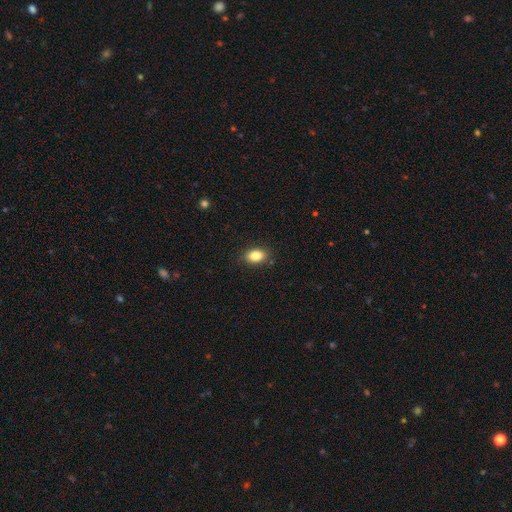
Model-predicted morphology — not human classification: Q: Smooth or featured?
A: smooth (85%); runner-up: star or artifact (9%)
Q: How rounded?
A: in between (84%); runner-up: round (14%)
Q: Merging?
A: none (87%); runner-up: minor disturbance (9%)